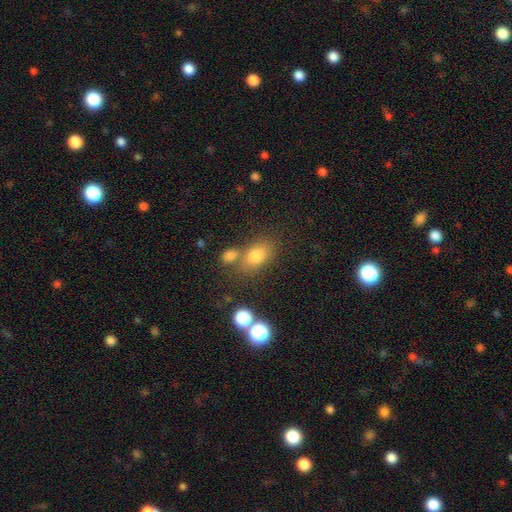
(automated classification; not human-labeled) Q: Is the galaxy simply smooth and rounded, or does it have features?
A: smooth — 75%.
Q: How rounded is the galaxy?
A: in between — 76%.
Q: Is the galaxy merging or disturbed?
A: none — 61%.